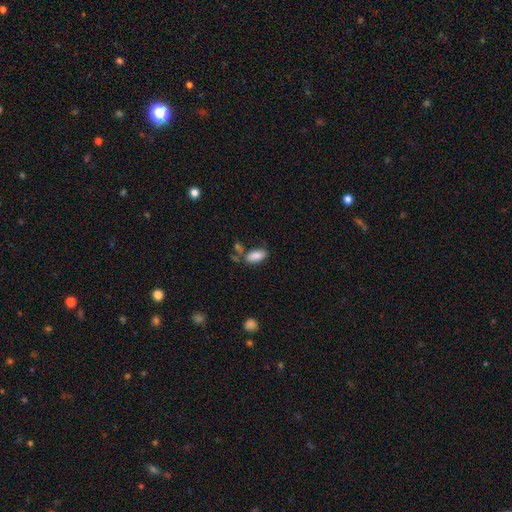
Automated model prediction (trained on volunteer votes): Smooth or featured? Predicted: smooth (p=0.85). How rounded? Predicted: in between (p=0.90). Merging? Predicted: none (p=0.62).